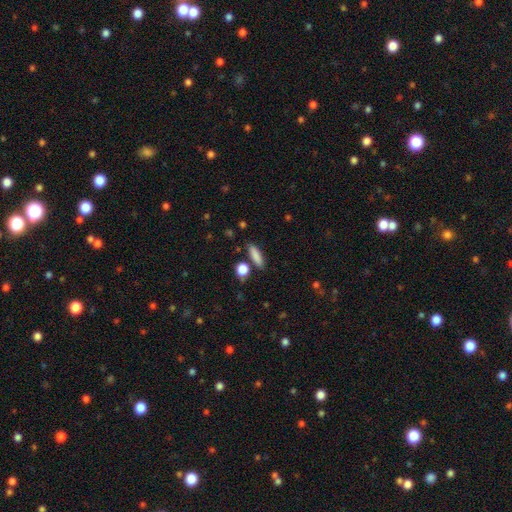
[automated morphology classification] This appears to be a smooth galaxy with no disk features (84%) that is cigar-shaped (53%). Merging: none (81%).